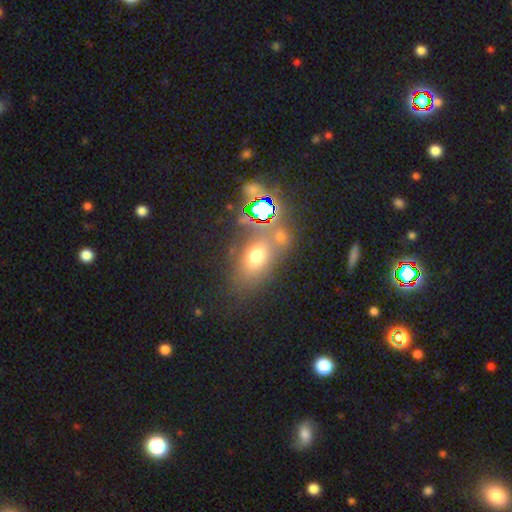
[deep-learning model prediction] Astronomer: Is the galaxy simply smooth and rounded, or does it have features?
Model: smooth — 61%.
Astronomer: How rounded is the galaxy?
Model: in between — 67%.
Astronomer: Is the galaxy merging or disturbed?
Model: none — 59%.